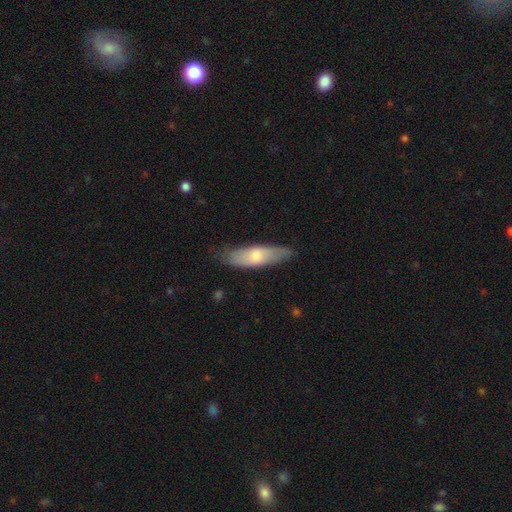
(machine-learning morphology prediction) Overall: smooth (68%). How rounded: cigar-shaped (51%; in between 47%). Merging: none (78%).